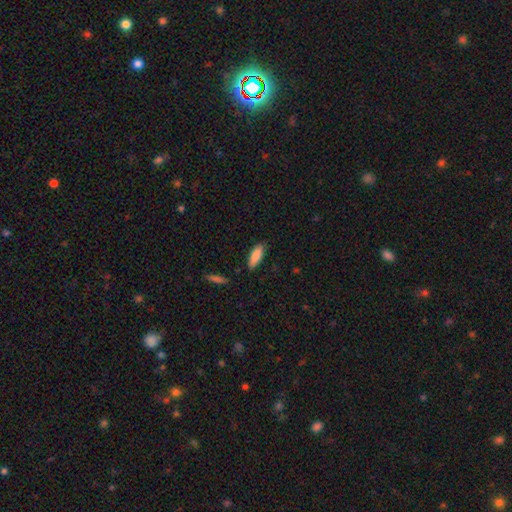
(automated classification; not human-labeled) A smooth galaxy with no disk features (84%) that is in between round and cigar-shaped (66%).

Vote fractions:
- Smooth or featured? smooth: 84% / featured or disk: 10% / star or artifact: 6%
- How rounded? in between: 66% / cigar-shaped: 33% / round: 2%
- Merging? none: 81% / minor disturbance: 15% / major disturbance: 2% / merger: 2%